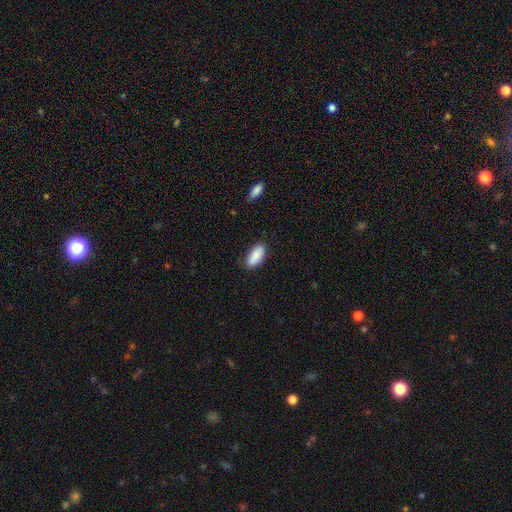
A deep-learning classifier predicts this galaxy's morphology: Overall: smooth (88%). How rounded: in between (88%). Merging: none (83%).